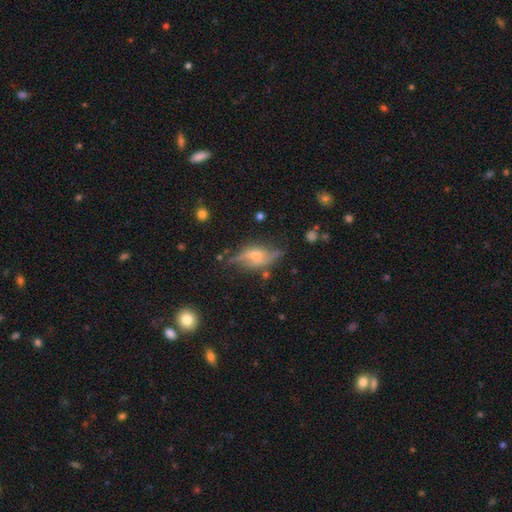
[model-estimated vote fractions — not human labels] Q: Smooth or featured?
A: featured or disk (73%); runner-up: smooth (17%)
Q: Edge-on disk?
A: yes (62%); runner-up: no (38%)
Q: Merging?
A: none (65%); runner-up: minor disturbance (23%)